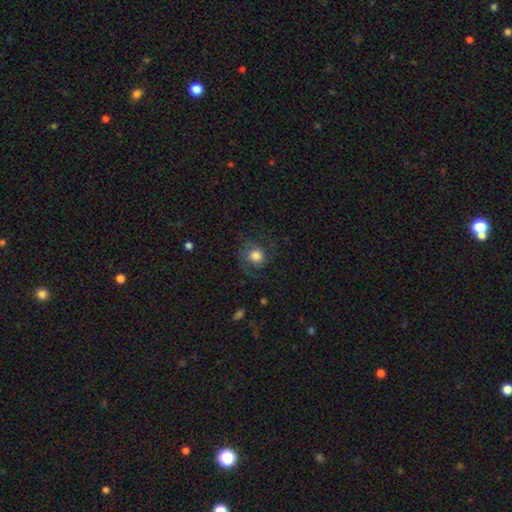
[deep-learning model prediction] The model was most divided on "smooth or featured": smooth: 57%, featured or disk: 33%, star or artifact: 10%. More confident: how rounded — round (85%); merging — none (63%).